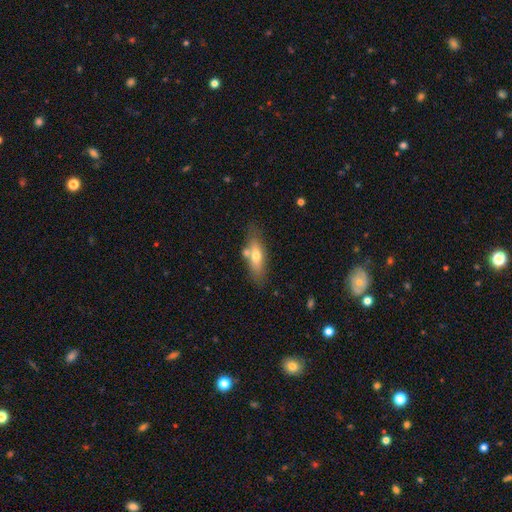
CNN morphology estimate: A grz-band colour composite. It shows a smooth galaxy with no disk features (60%) that is in between round and cigar-shaped (55%). Merging: none (68%).